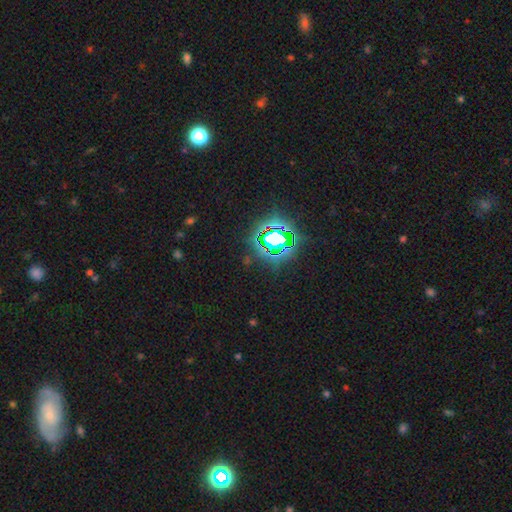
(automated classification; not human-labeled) Smooth or featured: star or artifact — 82% (smooth — 11%)